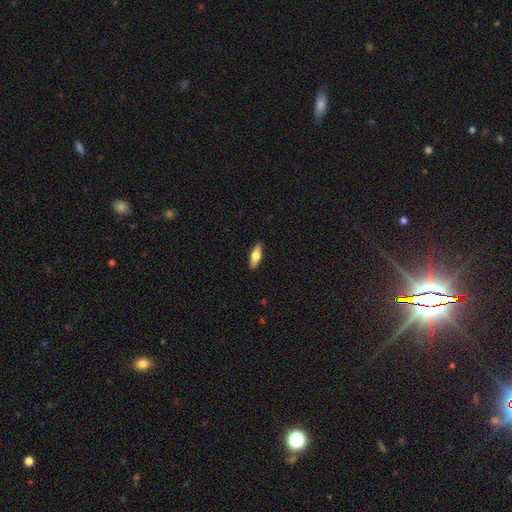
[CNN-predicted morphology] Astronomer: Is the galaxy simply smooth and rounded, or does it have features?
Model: smooth — 61%.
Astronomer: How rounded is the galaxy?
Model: in between — 54% (runner-up: cigar-shaped, 43%).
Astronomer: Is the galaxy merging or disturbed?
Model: none — 90%.